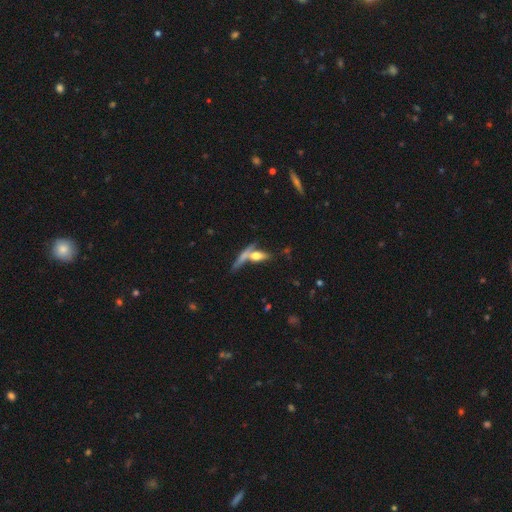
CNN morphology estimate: This is possibly a smooth galaxy (53%). How rounded: possibly cigar-shaped (57%). Merging: marginally none (43%).